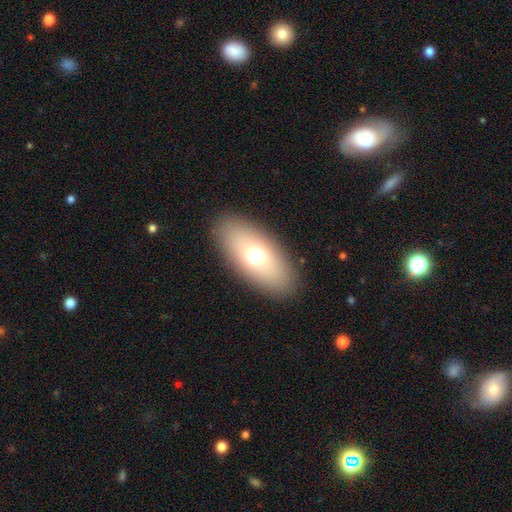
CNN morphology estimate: A smooth galaxy with no disk features (66%) that is in between round and cigar-shaped (87%). Merging: none (87%).